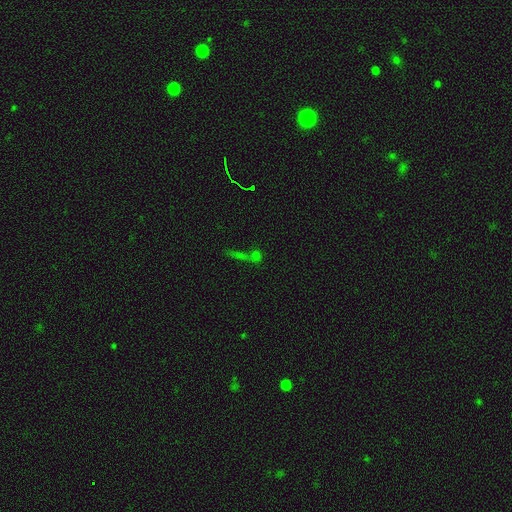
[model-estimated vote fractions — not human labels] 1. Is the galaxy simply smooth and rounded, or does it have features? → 47% star or artifact, 38% smooth, 14% featured or disk.